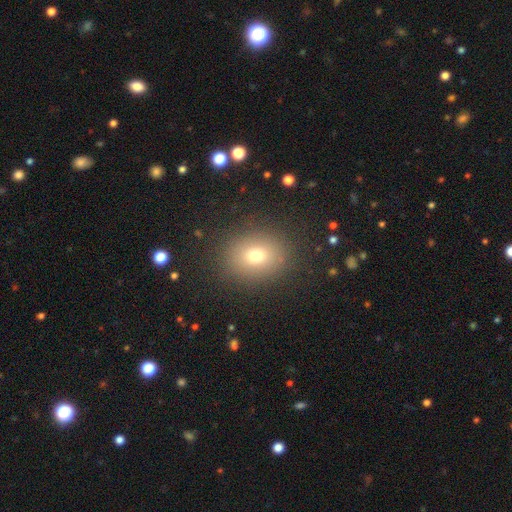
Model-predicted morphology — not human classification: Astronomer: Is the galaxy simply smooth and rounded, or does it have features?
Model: smooth — 72%.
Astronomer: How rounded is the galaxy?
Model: round — 57% (runner-up: in between, 42%).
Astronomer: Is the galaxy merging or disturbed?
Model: none — 87%.